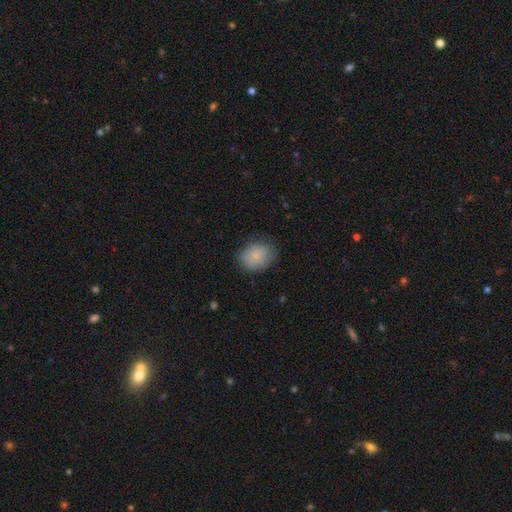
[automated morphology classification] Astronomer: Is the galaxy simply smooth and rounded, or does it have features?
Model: smooth — 84%.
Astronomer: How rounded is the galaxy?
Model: in between — 51% (runner-up: round, 48%).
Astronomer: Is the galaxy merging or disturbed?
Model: none — 74%.